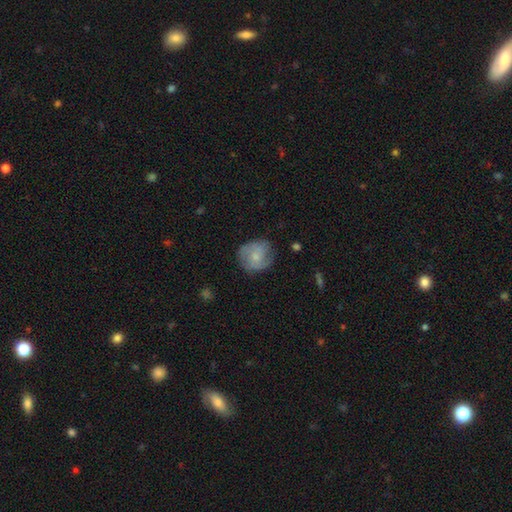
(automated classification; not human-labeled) smooth_or_featured: smooth (p=0.48) [alt: featured or disk p=0.45]
merging: none (p=0.67) [alt: minor disturbance p=0.23]